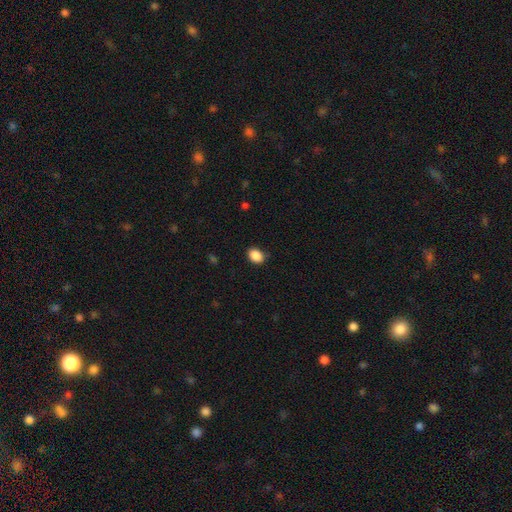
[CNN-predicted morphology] The model was most divided on "how rounded": in between: 65%, round: 34%, cigar-shaped: 1%. More confident: smooth or featured — smooth (89%); merging — none (84%).